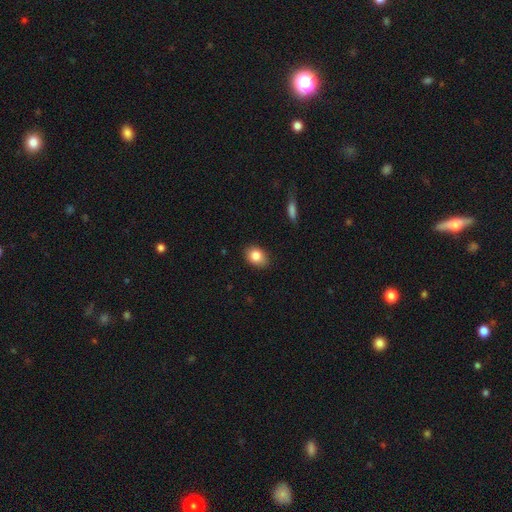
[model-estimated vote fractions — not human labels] smooth 83%, star or artifact 8%, featured or disk 8%. Down the decision tree: how rounded — in between (73%); merging — none (86%).